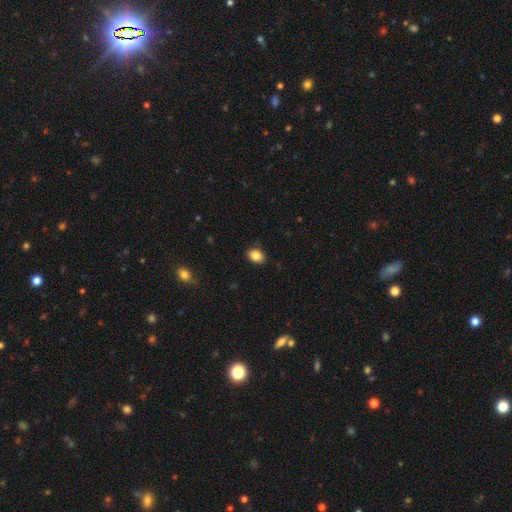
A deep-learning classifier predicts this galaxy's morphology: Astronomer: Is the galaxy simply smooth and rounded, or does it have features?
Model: smooth — 85%.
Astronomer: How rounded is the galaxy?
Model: in between — 73%.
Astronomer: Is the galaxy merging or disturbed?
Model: none — 83%.